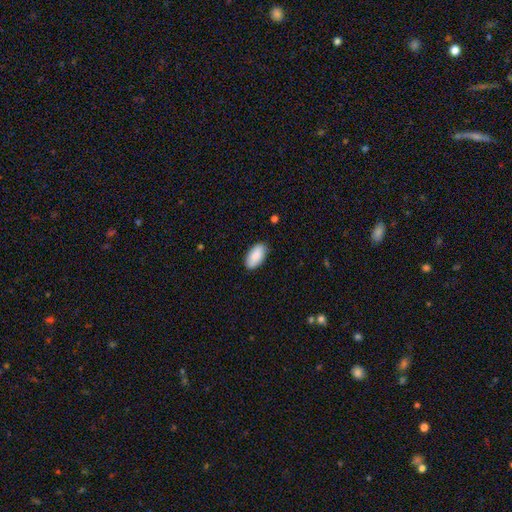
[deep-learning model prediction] The model was most divided on "merging": none: 87%, minor disturbance: 10%, major disturbance: 2%, merger: 1%. More confident: how rounded — in between (93%); smooth or featured — smooth (88%).